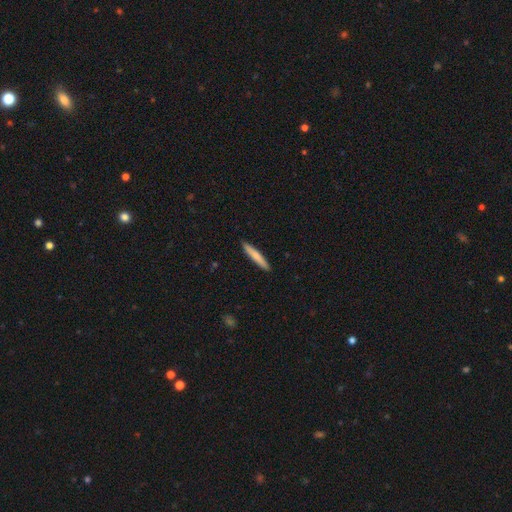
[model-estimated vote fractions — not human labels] smooth-or-featured: smooth: 75% | featured or disk: 19% | star or artifact: 5%
  how-rounded: cigar-shaped: 94% | in between: 4% | round: 1%
  merging: none: 92% | minor disturbance: 6% | major disturbance: 1% | merger: 1%